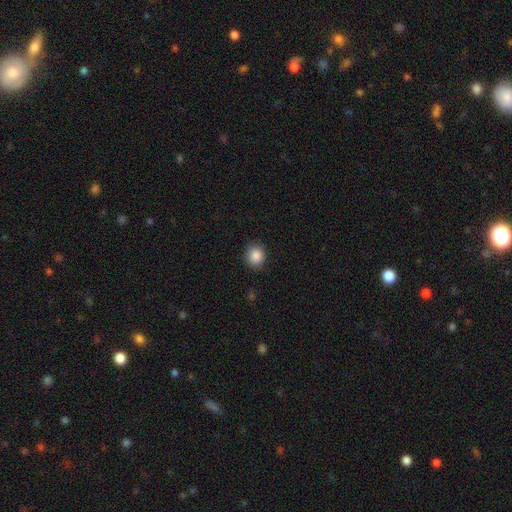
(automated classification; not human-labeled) Morphology: type=smooth (87%); roundness=round (79%); merging=none (88%).